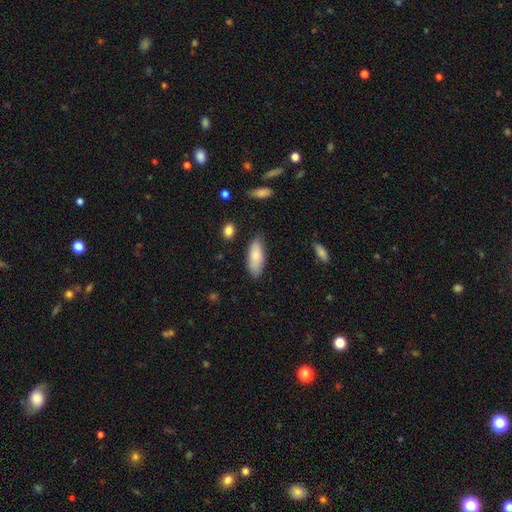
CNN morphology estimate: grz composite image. It shows a smooth galaxy with no disk features (80%) that is in between round and cigar-shaped (76%). Merging: none (77%).